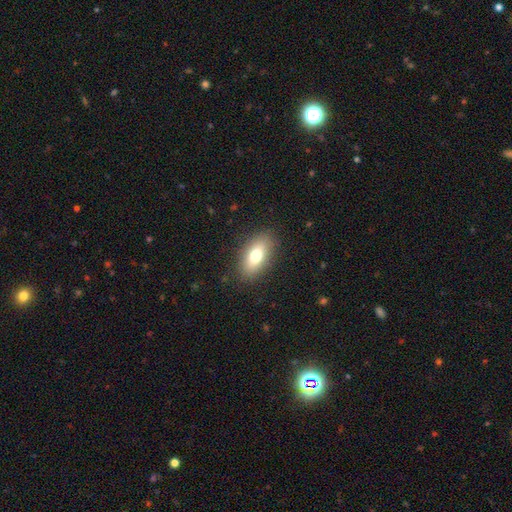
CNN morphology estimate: Smooth or featured? smooth (74%)
How rounded? in between (88%)
Merging? none (86%)